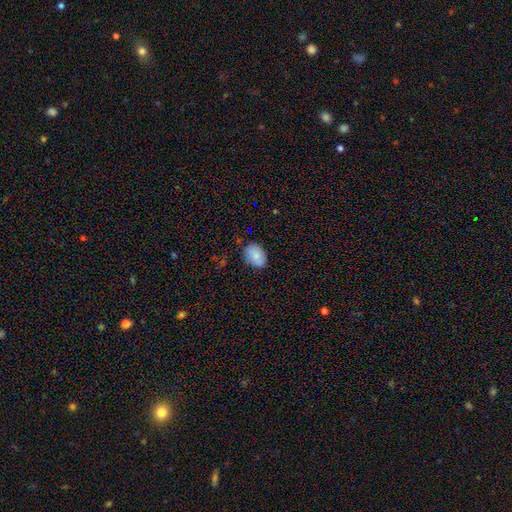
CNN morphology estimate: This is clearly a smooth galaxy (84%). How rounded: clearly in between (81%). Merging: likely none (79%).